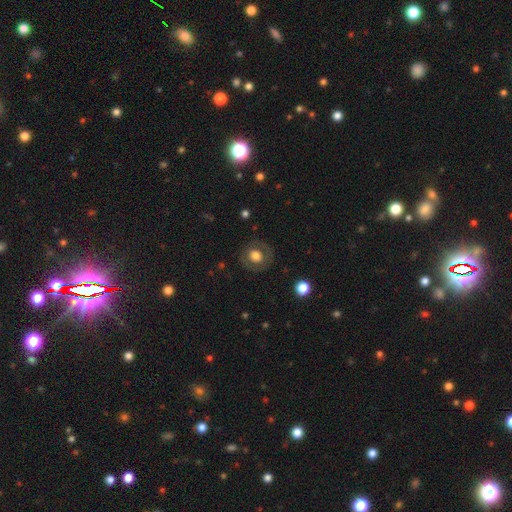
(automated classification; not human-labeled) smooth_or_featured: smooth (p=0.61) [alt: featured or disk p=0.31]
how_rounded: round (p=0.79) [alt: in between p=0.20]
merging: none (p=0.81) [alt: minor disturbance p=0.11]